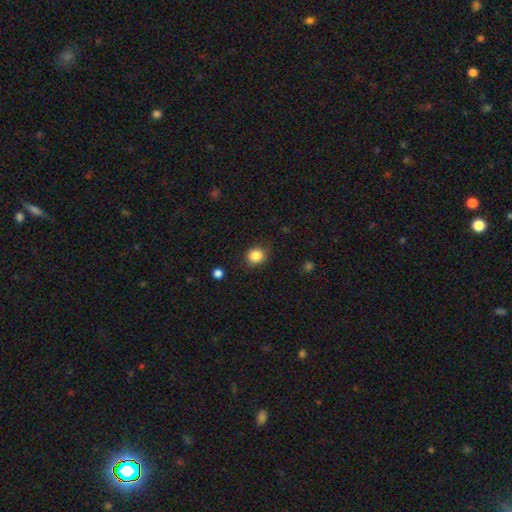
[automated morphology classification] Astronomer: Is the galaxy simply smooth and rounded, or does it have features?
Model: smooth — 86%.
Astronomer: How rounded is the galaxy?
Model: round — 81%.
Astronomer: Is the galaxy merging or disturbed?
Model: none — 85%.